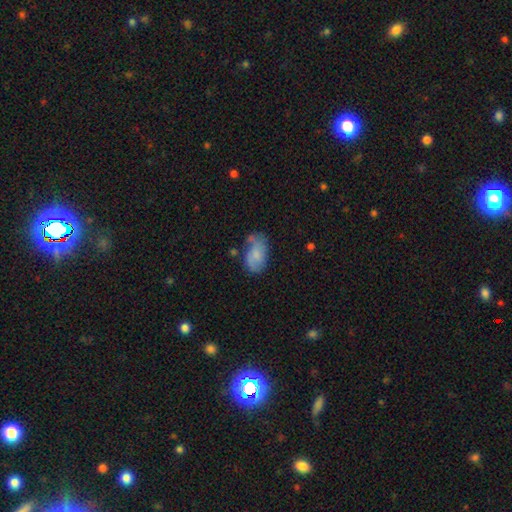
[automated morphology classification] Q: Smooth or featured?
A: smooth (66%); runner-up: featured or disk (26%)
Q: How rounded?
A: in between (92%); runner-up: round (6%)
Q: Merging?
A: none (45%); runner-up: minor disturbance (31%)